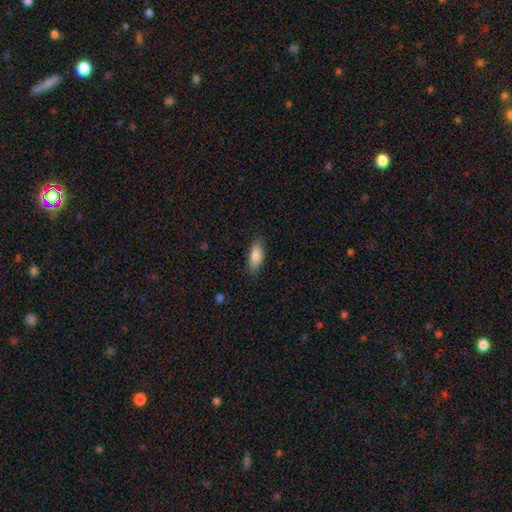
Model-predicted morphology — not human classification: smooth_or_featured: smooth (p=0.85) [alt: featured or disk p=0.08]
how_rounded: in between (p=0.79) [alt: cigar-shaped p=0.19]
merging: none (p=0.84) [alt: minor disturbance p=0.12]